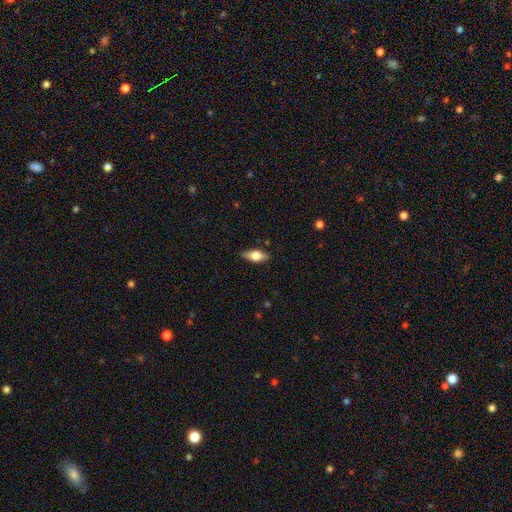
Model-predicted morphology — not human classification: A smooth galaxy with no disk features (64%) that is in between round and cigar-shaped (80%).

Vote fractions:
- Smooth or featured? smooth: 64% / featured or disk: 29% / star or artifact: 7%
- How rounded? in between: 80% / cigar-shaped: 16% / round: 4%
- Merging? none: 85% / minor disturbance: 11% / major disturbance: 2% / merger: 1%